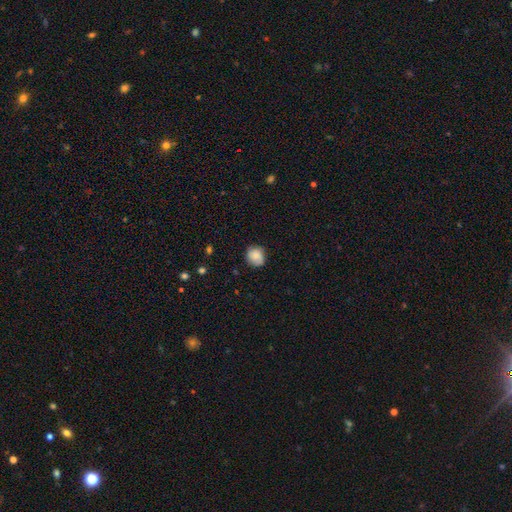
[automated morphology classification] A smooth galaxy with no disk features (79%) that is round (84%).

Vote fractions:
- Smooth or featured? smooth: 79% / featured or disk: 12% / star or artifact: 8%
- How rounded? round: 84% / in between: 15% / cigar-shaped: 1%
- Merging? none: 78% / minor disturbance: 18% / major disturbance: 3% / merger: 1%